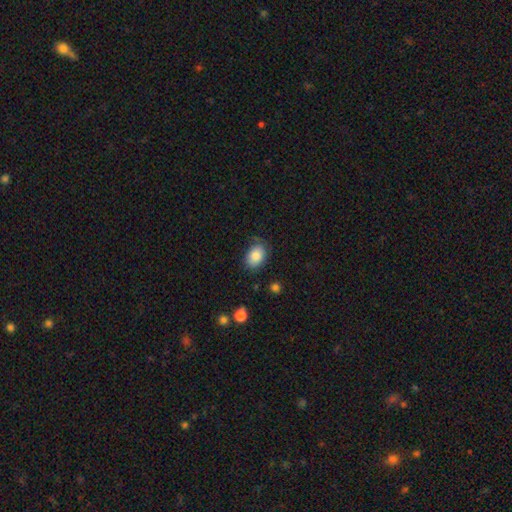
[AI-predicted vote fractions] This is clearly a smooth galaxy (84%). How rounded: clearly in between (81%). Merging: likely none (73%).